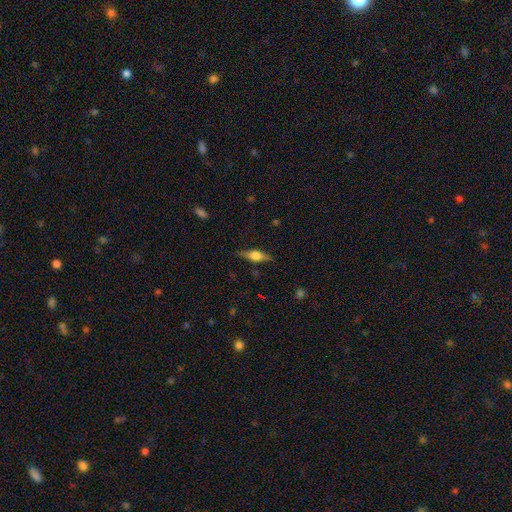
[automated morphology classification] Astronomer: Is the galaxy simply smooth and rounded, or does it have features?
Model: featured or disk — 59%.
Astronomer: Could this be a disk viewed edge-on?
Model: yes — 95%.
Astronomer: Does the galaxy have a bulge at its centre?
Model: rounded — 88%.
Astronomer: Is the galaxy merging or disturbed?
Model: none — 84%.